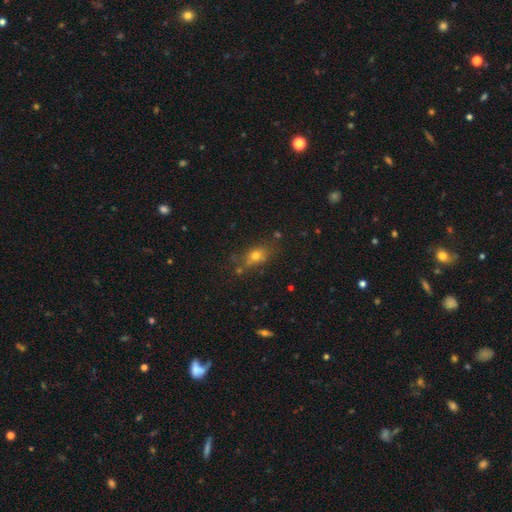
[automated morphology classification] type=smooth (68%); roundness=in between (63%); merging=none (68%).